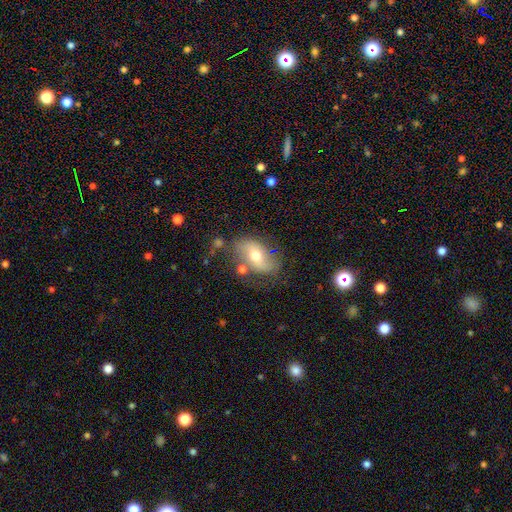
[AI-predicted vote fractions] Smooth or featured?
  - featured or disk: 53% *
  - smooth: 39%
  - star or artifact: 8%
Edge-on disk?
  - no: 92% *
  - yes: 8%
Merging?
  - none: 63% *
  - minor disturbance: 21%
  - major disturbance: 9%
  - merger: 7%